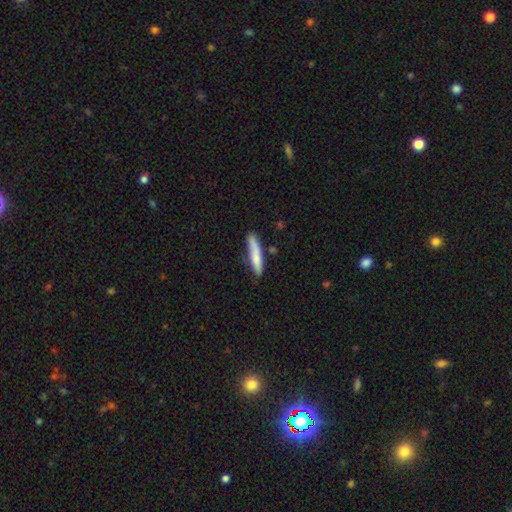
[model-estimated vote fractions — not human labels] This appears to be a smooth galaxy with no disk features (77%) that is cigar-shaped (88%). Merging: none (72%).